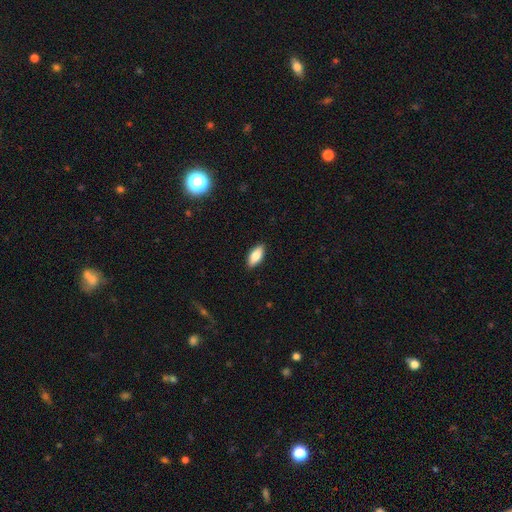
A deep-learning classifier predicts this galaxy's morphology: smooth 83%, featured or disk 11%, star or artifact 6%. Down the decision tree: how rounded — in between (85%); merging — none (89%).